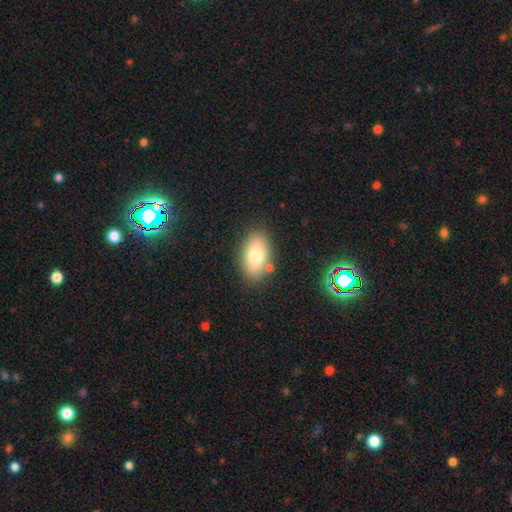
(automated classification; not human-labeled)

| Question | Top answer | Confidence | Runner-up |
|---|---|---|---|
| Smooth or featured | smooth | 75% | featured or disk (16%) |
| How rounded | in between | 89% | round (10%) |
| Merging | none | 79% | minor disturbance (12%) |